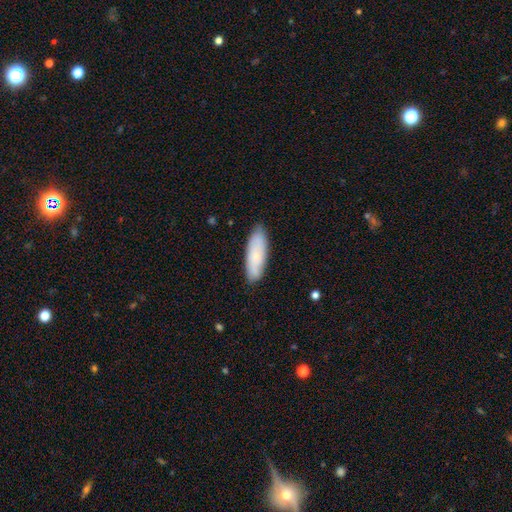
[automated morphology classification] Q: Smooth or featured?
A: smooth (67%); runner-up: featured or disk (26%)
Q: How rounded?
A: in between (62%); runner-up: cigar-shaped (36%)
Q: Merging?
A: none (84%); runner-up: minor disturbance (13%)